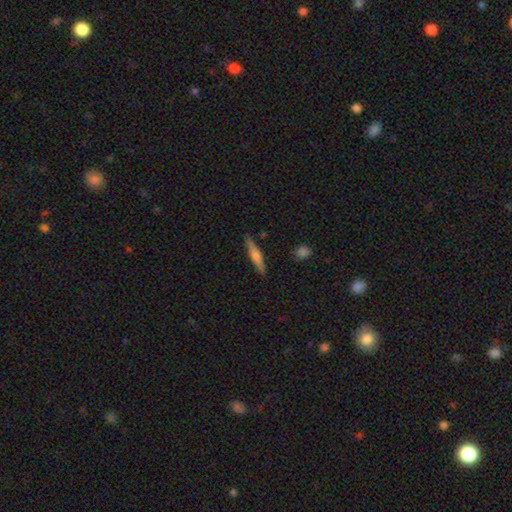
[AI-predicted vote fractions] smooth_or_featured: smooth (p=0.51) [alt: featured or disk p=0.42]
how_rounded: cigar-shaped (p=0.89) [alt: in between p=0.09]
merging: none (p=0.86) [alt: minor disturbance p=0.10]